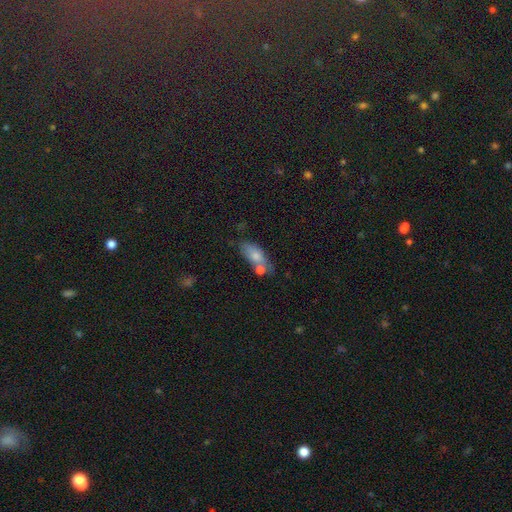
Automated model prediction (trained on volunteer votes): Smooth or featured?
  - smooth: 74% *
  - featured or disk: 18%
  - star or artifact: 8%
How rounded?
  - in between: 81% *
  - cigar-shaped: 14%
  - round: 5%
Merging?
  - none: 42% *
  - merger: 32%
  - minor disturbance: 19%
  - major disturbance: 7%